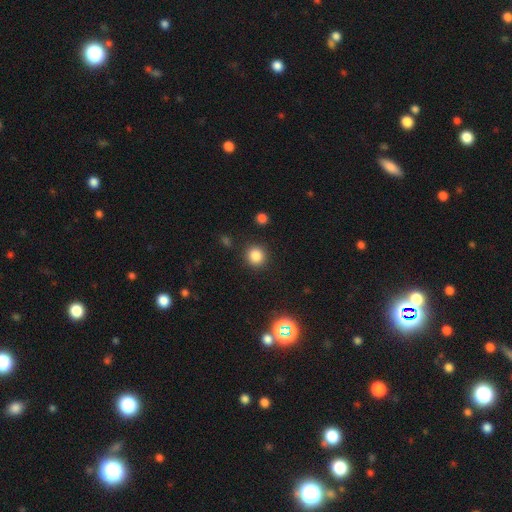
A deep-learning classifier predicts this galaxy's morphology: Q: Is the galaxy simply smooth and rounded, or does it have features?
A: smooth — 83%.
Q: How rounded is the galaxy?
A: round — 92%.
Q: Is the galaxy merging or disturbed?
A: none — 89%.